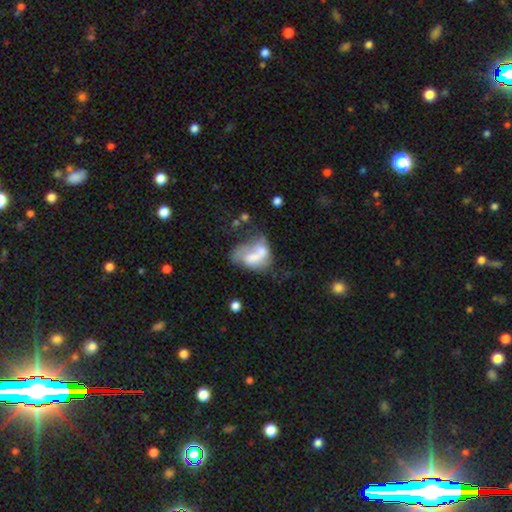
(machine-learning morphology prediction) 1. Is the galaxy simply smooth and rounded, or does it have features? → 46% smooth, 45% featured or disk, 9% star or artifact.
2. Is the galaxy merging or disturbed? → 46% merger, 25% major disturbance, 16% none, 13% minor disturbance.